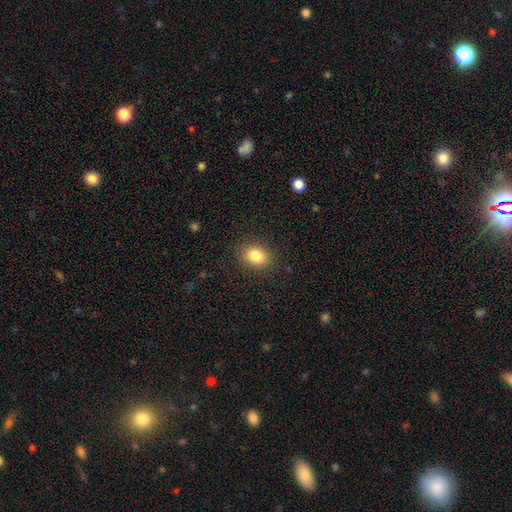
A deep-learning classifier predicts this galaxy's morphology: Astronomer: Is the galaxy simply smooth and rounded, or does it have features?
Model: smooth — 85%.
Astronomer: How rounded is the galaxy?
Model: in between — 55% (runner-up: round, 44%).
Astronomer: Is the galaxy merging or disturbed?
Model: none — 87%.